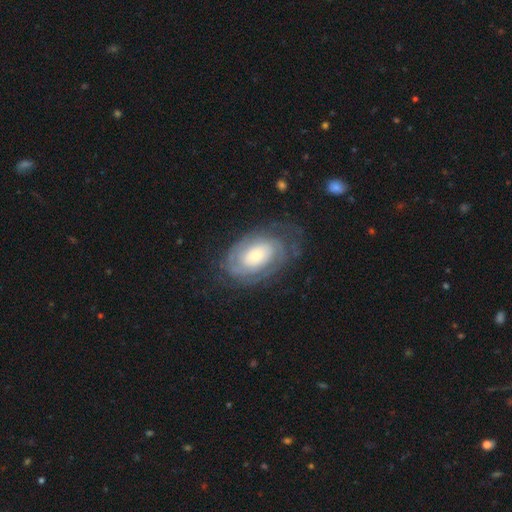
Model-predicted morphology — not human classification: Q: Smooth or featured?
A: featured or disk (74%); runner-up: smooth (20%)
Q: Edge-on disk?
A: no (96%); runner-up: yes (4%)
Q: Bar?
A: no (75%); runner-up: weak (20%)
Q: Spiral arms?
A: yes (87%); runner-up: no (13%)
Q: Spiral winding?
A: tight (69%); runner-up: medium (23%)
Q: Spiral arm count?
A: can't tell (43%); runner-up: 2 (33%)
Q: Bulge size?
A: small (45%); runner-up: moderate (31%)
Q: Merging?
A: none (66%); runner-up: minor disturbance (19%)